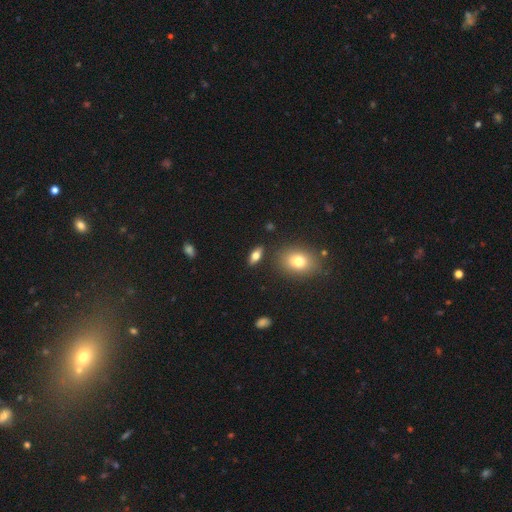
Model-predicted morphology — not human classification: A smooth galaxy with no disk features (69%) that is in between round and cigar-shaped (78%).

Vote fractions:
- Smooth or featured? smooth: 69% / featured or disk: 22% / star or artifact: 9%
- How rounded? in between: 78% / cigar-shaped: 16% / round: 6%
- Merging? none: 84% / minor disturbance: 10% / merger: 3% / major disturbance: 3%